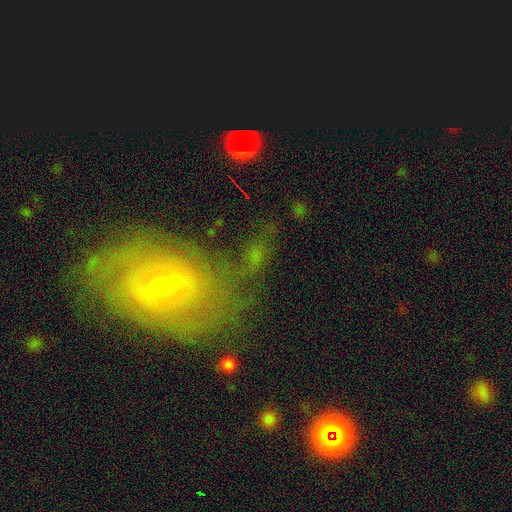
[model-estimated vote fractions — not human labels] smooth_or_featured: star or artifact (p=0.37) [alt: smooth p=0.34]